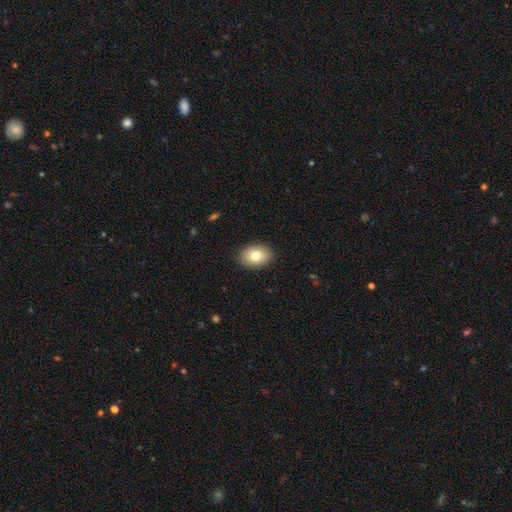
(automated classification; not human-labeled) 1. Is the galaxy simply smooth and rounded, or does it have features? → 79% smooth, 13% featured or disk, 8% star or artifact.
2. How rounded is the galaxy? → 78% in between, 21% round, 1% cigar-shaped.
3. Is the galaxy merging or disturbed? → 89% none, 8% minor disturbance, 2% major disturbance, 1% merger.